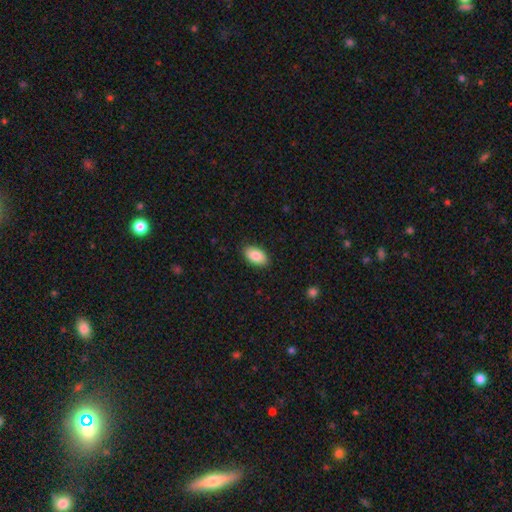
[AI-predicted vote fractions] Overall: smooth (87%). How rounded: in between (94%). Merging: none (88%).